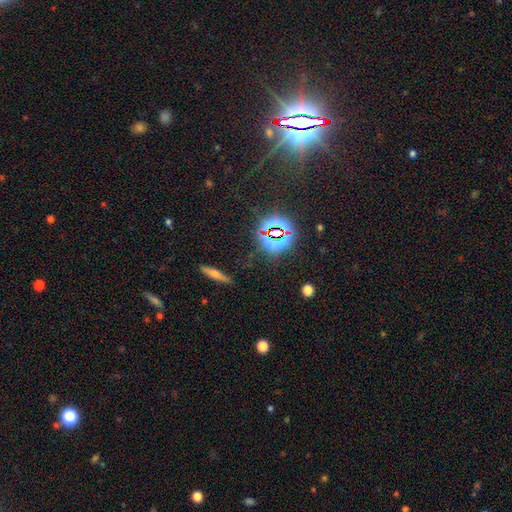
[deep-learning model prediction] A star or artifact, not a galaxy (75%).